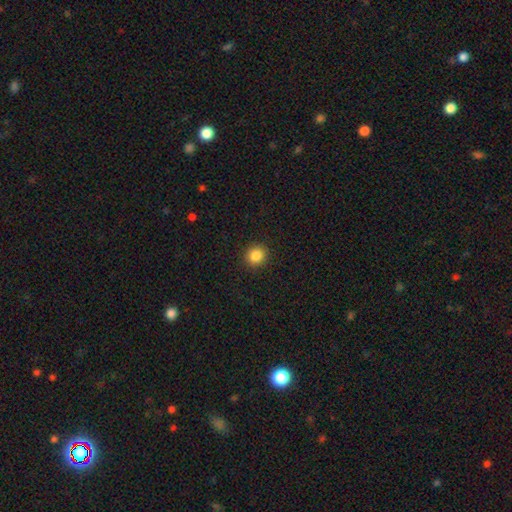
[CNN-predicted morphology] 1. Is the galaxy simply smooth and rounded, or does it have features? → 86% smooth, 10% star or artifact, 4% featured or disk.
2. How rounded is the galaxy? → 88% round, 11% in between, 1% cigar-shaped.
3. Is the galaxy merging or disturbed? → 92% none, 5% minor disturbance, 2% major disturbance, 1% merger.